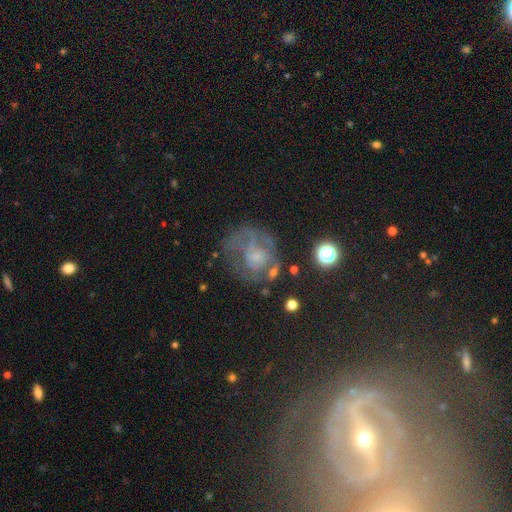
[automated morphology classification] This appears to be a featured or disk galaxy (57%) with no bar (82%), spiral arms (52%) and a small central bulge (35%). Merging: none (48%).